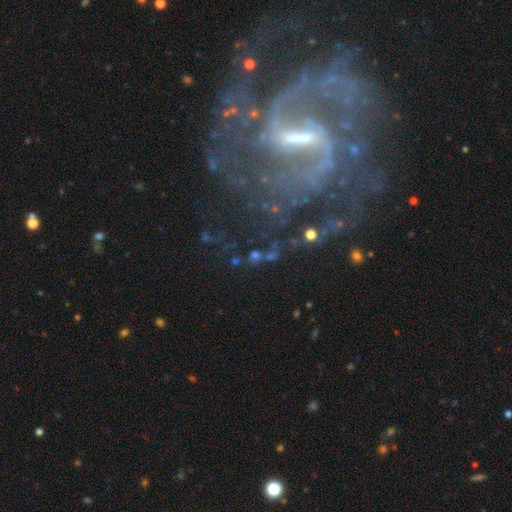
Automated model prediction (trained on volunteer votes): Morphology: type=star or artifact (40%).